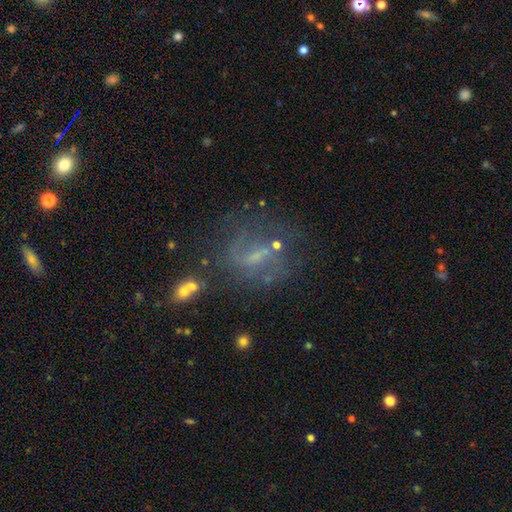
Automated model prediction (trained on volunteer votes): smooth_or_featured: featured or disk (p=0.56) [alt: smooth p=0.25]
disk_edge_on: no (p=0.92) [alt: yes p=0.08]
bar: weak (p=0.45) [alt: no p=0.31]
has_spiral_arms: yes (p=0.58) [alt: no p=0.42]
bulge_size: small (p=0.46) [alt: none p=0.33]
merging: none (p=0.54) [alt: minor disturbance p=0.19]